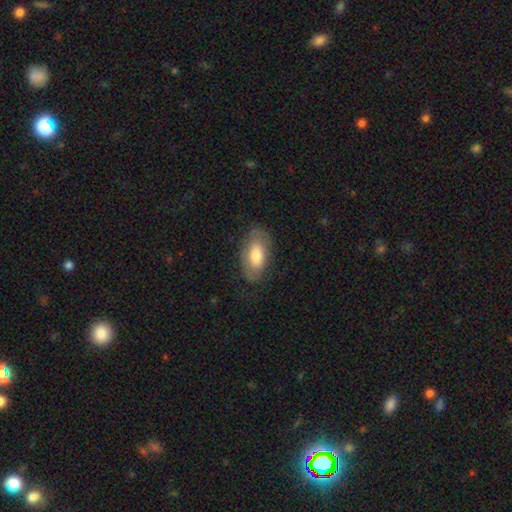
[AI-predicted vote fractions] smooth-or-featured: smooth: 70% | featured or disk: 24% | star or artifact: 6%
  how-rounded: in between: 92% | cigar-shaped: 4% | round: 4%
  merging: none: 74% | minor disturbance: 18% | major disturbance: 7% | merger: 1%